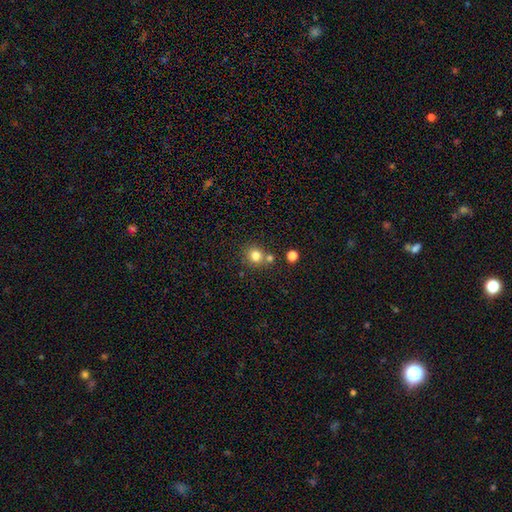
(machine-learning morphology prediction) Smooth or featured?
  - smooth: 80% *
  - star or artifact: 13%
  - featured or disk: 7%
How rounded?
  - round: 88% *
  - in between: 11%
  - cigar-shaped: 1%
Merging?
  - none: 68% *
  - merger: 20%
  - minor disturbance: 9%
  - major disturbance: 3%